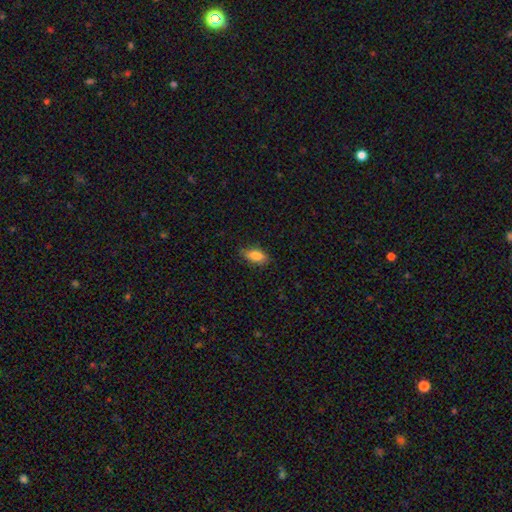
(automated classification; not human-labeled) Smooth or featured? smooth (80%)
How rounded? in between (84%)
Merging? none (81%)